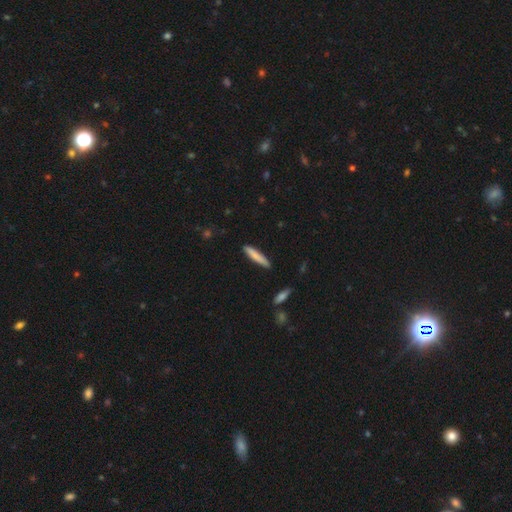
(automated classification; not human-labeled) This appears to be a smooth galaxy with no disk features (80%) that is cigar-shaped (91%). Merging: none (87%).